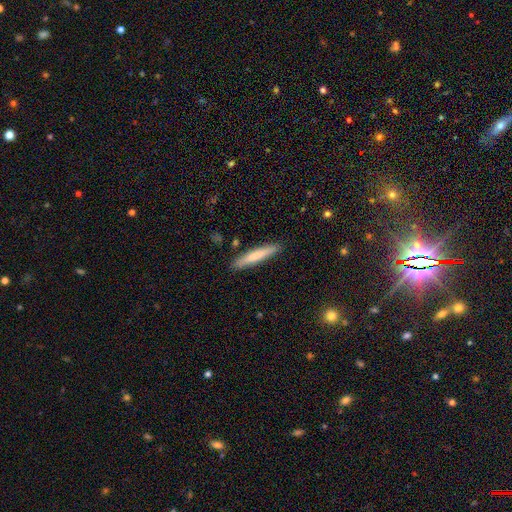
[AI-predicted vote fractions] smooth-or-featured: smooth: 73% | featured or disk: 22% | star or artifact: 6%
  how-rounded: cigar-shaped: 93% | in between: 6% | round: 1%
  merging: none: 88% | minor disturbance: 8% | merger: 2% | major disturbance: 2%